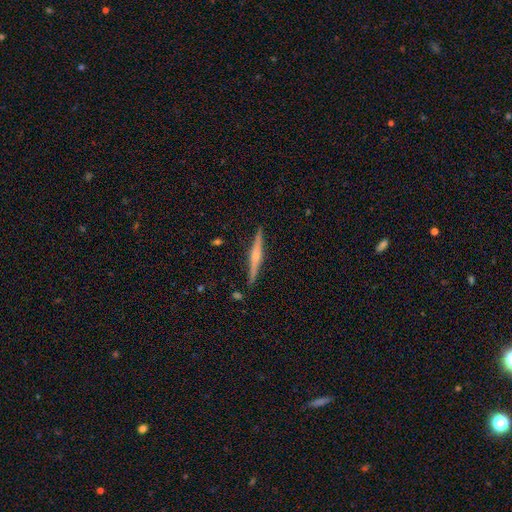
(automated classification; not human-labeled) A featured or disk galaxy (73%) viewed edge-on (98%) with a rounded central bulge (75%).

Vote fractions:
- Smooth or featured? featured or disk: 73% / smooth: 22% / star or artifact: 6%
- Edge-on disk? yes: 98% / no: 2%
- Edge-on bulge? rounded: 75% / boxy: 14% / none: 11%
- Merging? none: 91% / minor disturbance: 6% / merger: 1% / major disturbance: 1%